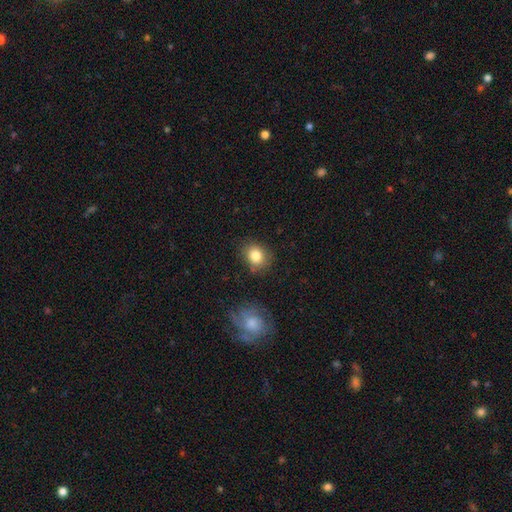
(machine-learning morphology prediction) A smooth galaxy with no disk features (83%) that is round (59%). Merging: none (78%).